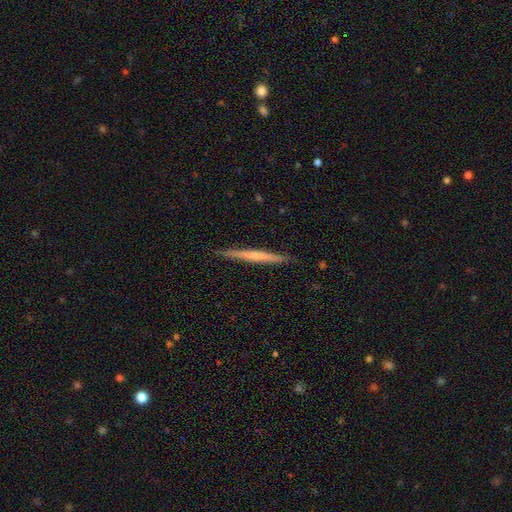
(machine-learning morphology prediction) smooth-or-featured: featured or disk: 53% | smooth: 41% | star or artifact: 6%
  disk-edge-on: yes: 98% | no: 2%
    edge-on-bulge: none: 67% | rounded: 27% | boxy: 6%
  merging: none: 91% | minor disturbance: 7% | major disturbance: 1% | merger: 1%